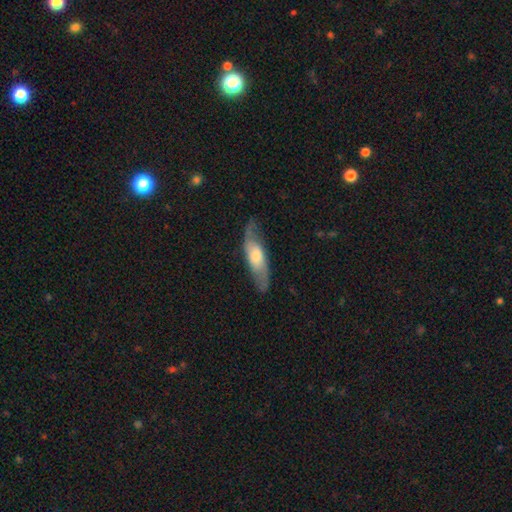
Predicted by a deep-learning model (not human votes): Smooth or featured? Predicted: featured or disk (p=0.54). Edge-on disk? Predicted: no (p=0.61). Merging? Predicted: none (p=0.74).